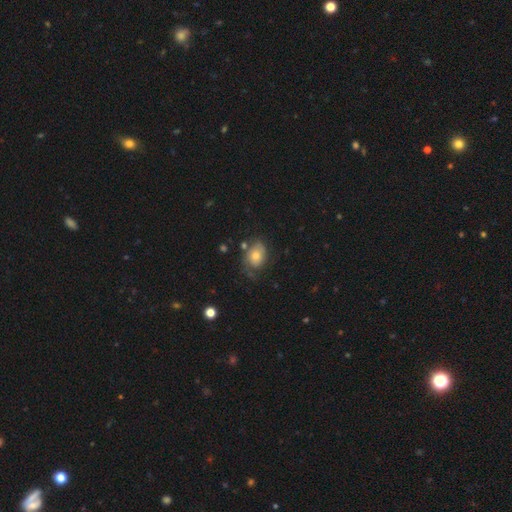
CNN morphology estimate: smooth_or_featured: smooth (p=0.55) [alt: featured or disk p=0.35]
how_rounded: in between (p=0.66) [alt: round p=0.32]
merging: none (p=0.53) [alt: minor disturbance p=0.28]